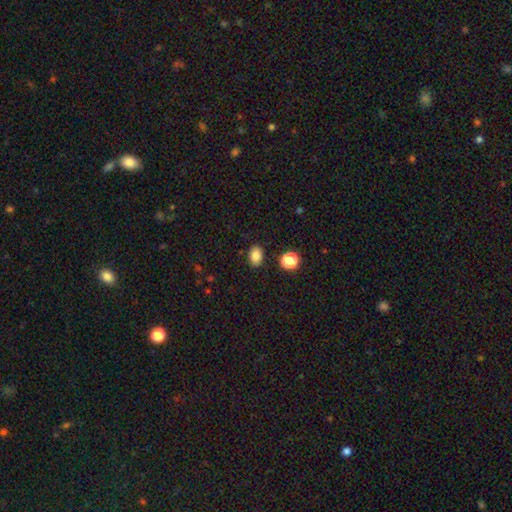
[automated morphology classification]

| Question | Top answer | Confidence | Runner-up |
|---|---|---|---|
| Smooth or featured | smooth | 84% | star or artifact (10%) |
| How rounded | in between | 76% | round (23%) |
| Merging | none | 86% | minor disturbance (9%) |